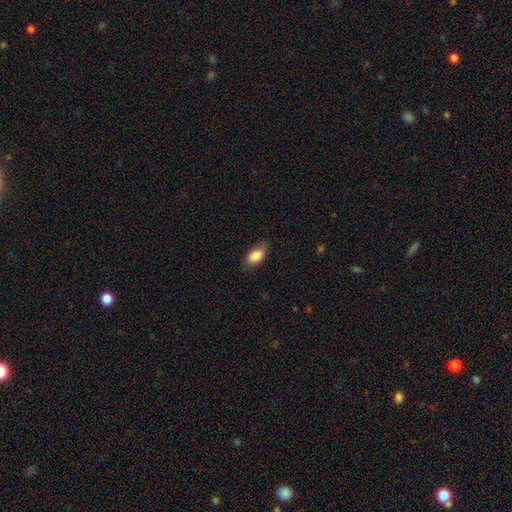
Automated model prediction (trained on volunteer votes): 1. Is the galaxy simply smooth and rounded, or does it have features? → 87% smooth, 7% star or artifact, 7% featured or disk.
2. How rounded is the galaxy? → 90% in between, 5% cigar-shaped, 5% round.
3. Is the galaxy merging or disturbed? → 76% none, 19% minor disturbance, 4% major disturbance, 1% merger.